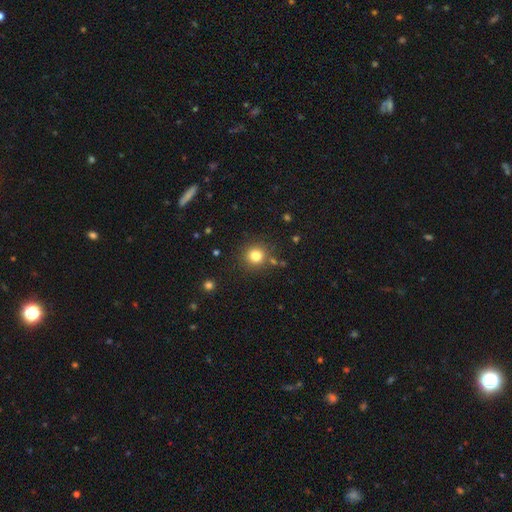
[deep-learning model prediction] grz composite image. It shows a smooth galaxy with no disk features (81%) that is round (92%). Merging: none (85%).